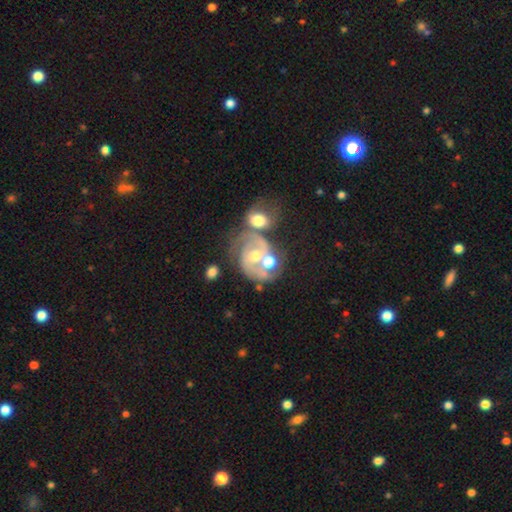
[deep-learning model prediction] This is clearly a featured or disk galaxy (80%). It is clearly not viewed edge-on (98%). Bar: possibly no (57%). Spiral arm pattern: clearly yes (89%). Spiral arm count: likely 2 (64%). Spiral winding: marginally medium (45%). Central bulge: possibly moderate (59%). Merging: possibly merger (46%).